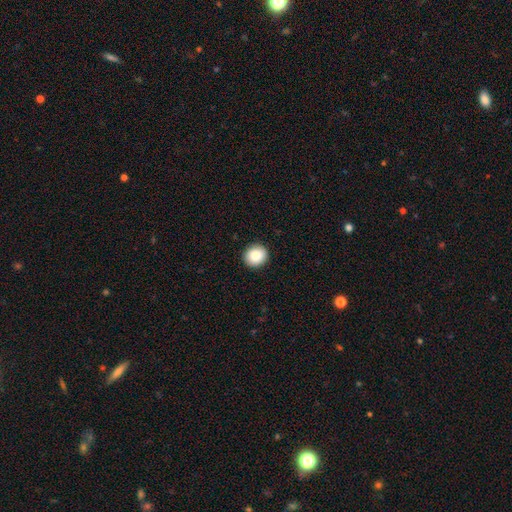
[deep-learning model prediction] A smooth galaxy with no disk features (88%) that is round (79%).

Vote fractions:
- Smooth or featured? smooth: 88% / star or artifact: 8% / featured or disk: 4%
- How rounded? round: 79% / in between: 20% / cigar-shaped: 1%
- Merging? none: 91% / minor disturbance: 7% / major disturbance: 2% / merger: 1%